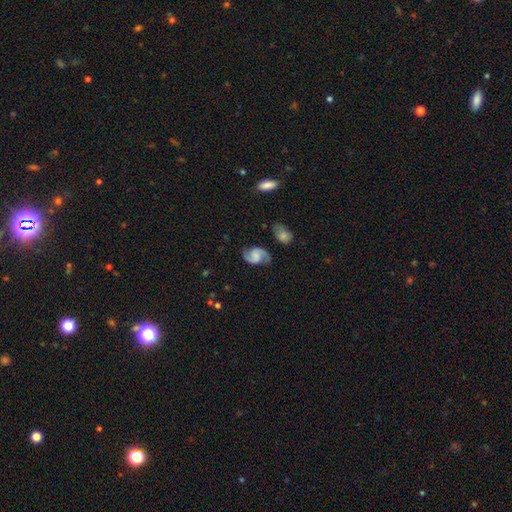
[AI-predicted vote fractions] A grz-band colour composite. It shows a featured or disk galaxy (82%) with no bar (52%), 2 (93%) medium (52%) spiral arms (97%) and no central bulge (44%). Merging: none (78%).